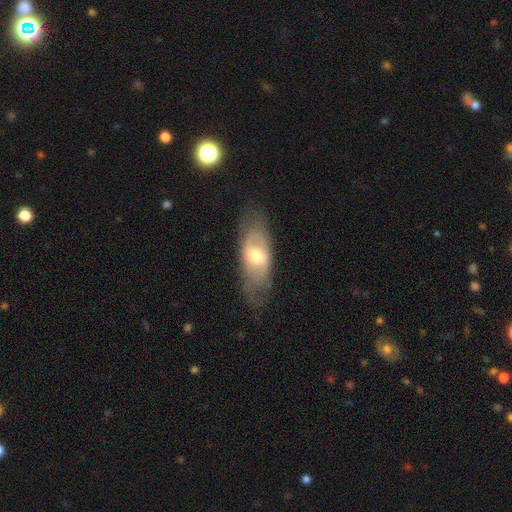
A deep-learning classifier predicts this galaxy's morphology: This is possibly a featured or disk galaxy (50%). Merging: likely none (70%).